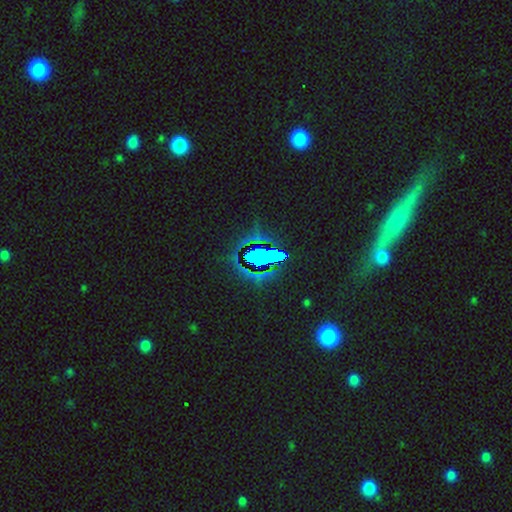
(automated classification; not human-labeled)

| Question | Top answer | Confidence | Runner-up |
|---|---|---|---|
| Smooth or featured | star or artifact | 70% | smooth (17%) |